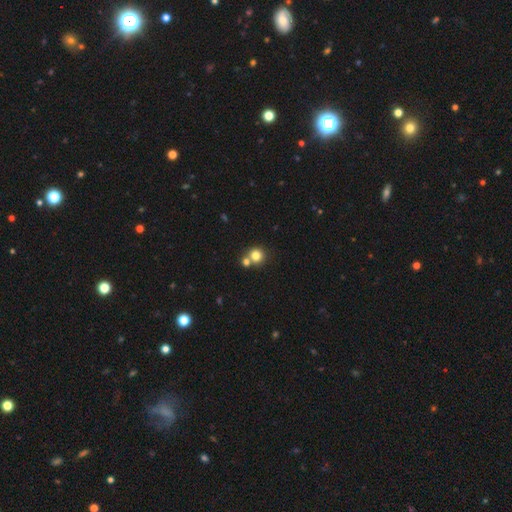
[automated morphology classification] This is likely a smooth galaxy (79%). How rounded: clearly round (90%). Merging: possibly none (56%).